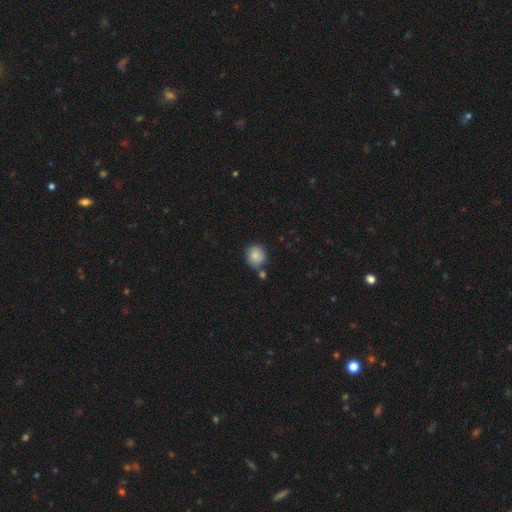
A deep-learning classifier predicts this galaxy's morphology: Q: Smooth or featured?
A: smooth (85%); runner-up: star or artifact (8%)
Q: How rounded?
A: round (87%); runner-up: in between (12%)
Q: Merging?
A: none (71%); runner-up: merger (13%)